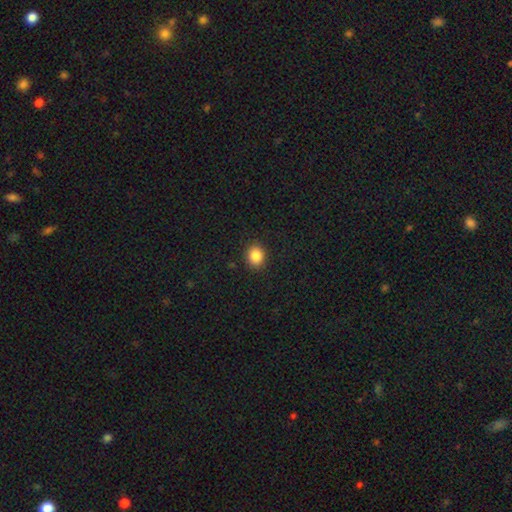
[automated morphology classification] The model was most divided on "how rounded": round: 70%, in between: 29%, cigar-shaped: 1%. More confident: merging — none (90%); smooth or featured — smooth (86%).